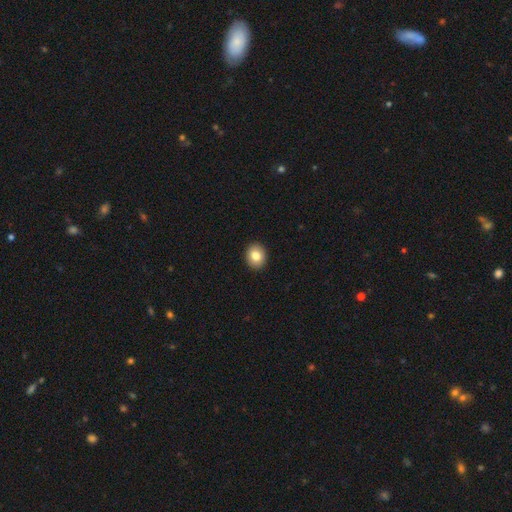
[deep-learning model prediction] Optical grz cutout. It shows a smooth galaxy with no disk features (83%) that is round (62%). Merging: none (92%).